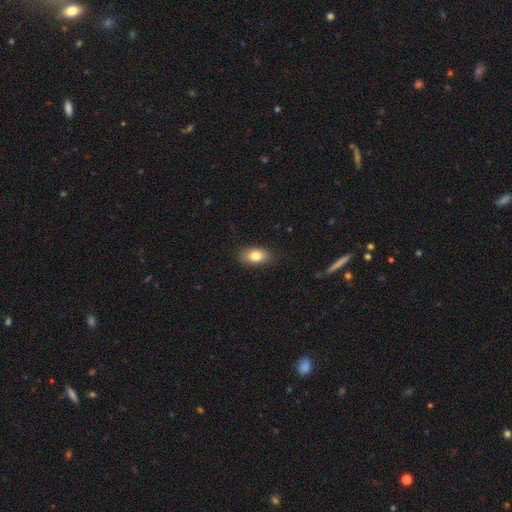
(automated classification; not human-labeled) Smooth or featured?
  - smooth: 81% *
  - featured or disk: 11%
  - star or artifact: 8%
How rounded?
  - in between: 87% *
  - round: 11%
  - cigar-shaped: 3%
Merging?
  - none: 84% *
  - minor disturbance: 12%
  - major disturbance: 3%
  - merger: 1%